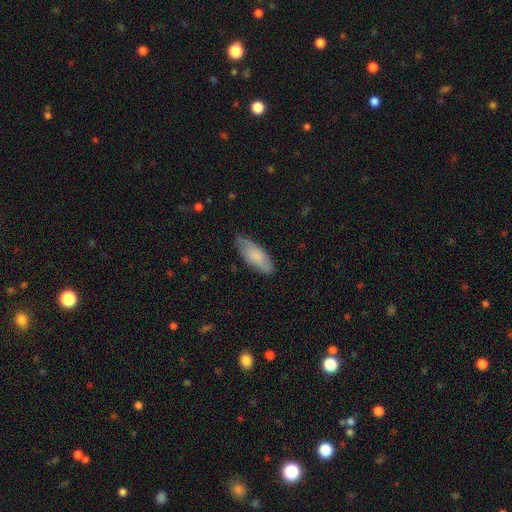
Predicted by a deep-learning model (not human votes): A smooth galaxy with no disk features (77%) that is in between round and cigar-shaped (76%). Merging: none (78%).